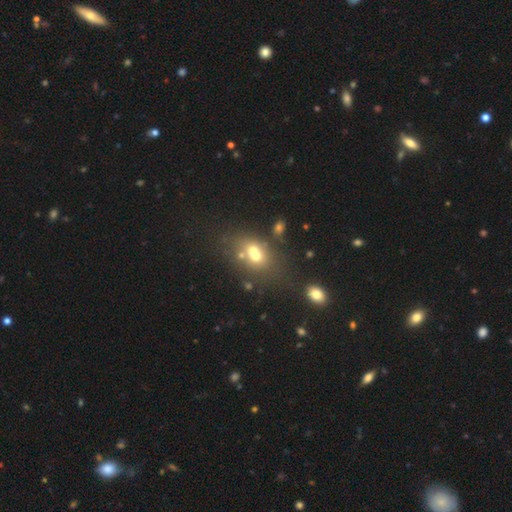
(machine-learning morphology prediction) A smooth galaxy with no disk features (56%) that is in between round and cigar-shaped (52%). Merging: merger (55%).